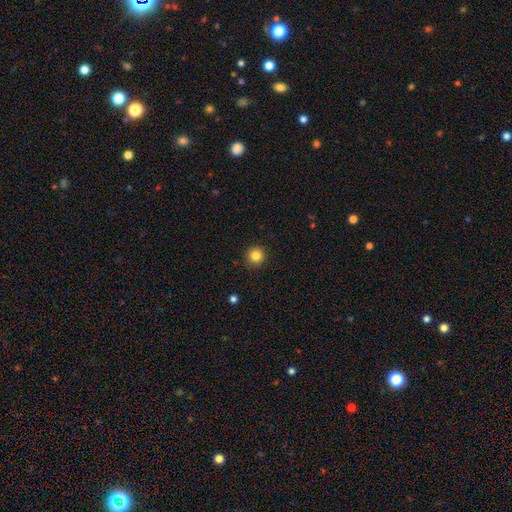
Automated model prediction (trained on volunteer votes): Smooth or featured? Predicted: smooth (p=0.84). How rounded? Predicted: round (p=0.95). Merging? Predicted: none (p=0.91).